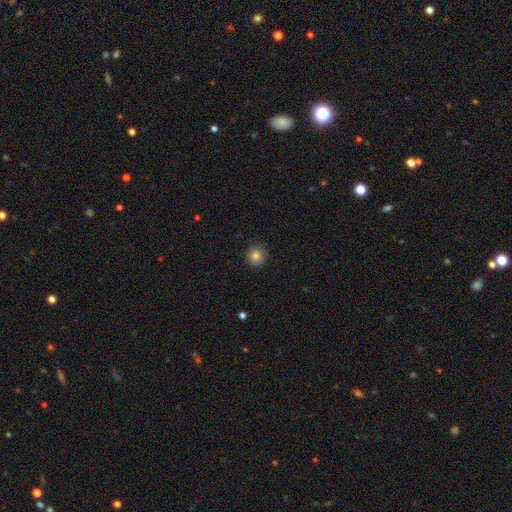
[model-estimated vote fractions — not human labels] This is clearly a smooth galaxy (83%). How rounded: clearly round (92%). Merging: clearly none (84%).